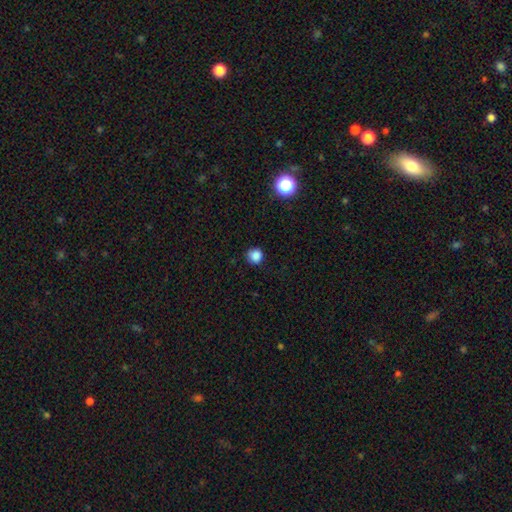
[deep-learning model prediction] Q: Smooth or featured?
A: smooth (84%); runner-up: star or artifact (12%)
Q: How rounded?
A: round (91%); runner-up: in between (8%)
Q: Merging?
A: none (84%); runner-up: minor disturbance (12%)